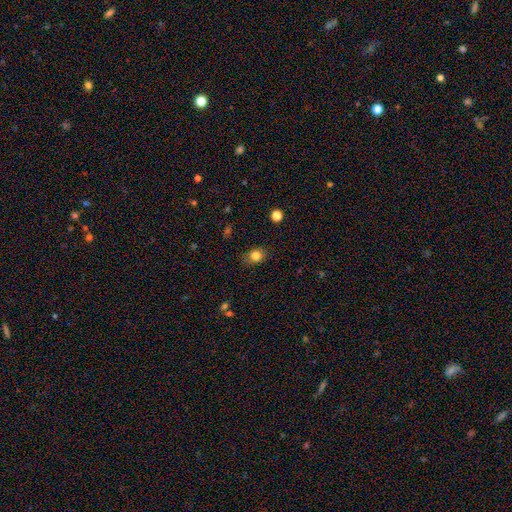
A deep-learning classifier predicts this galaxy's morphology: smooth 82%, star or artifact 11%, featured or disk 7%. Down the decision tree: how rounded — round (54%); merging — none (82%).